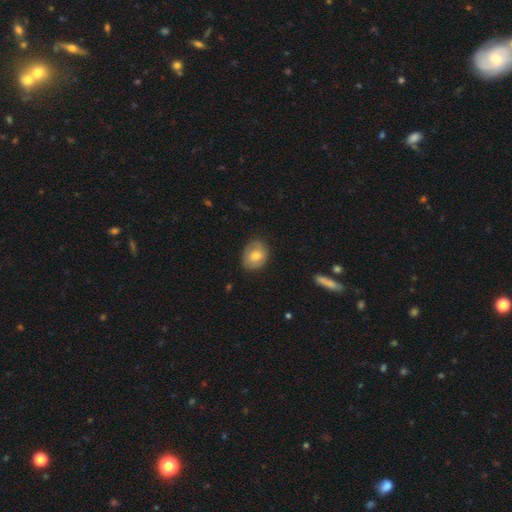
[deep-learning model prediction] The model was most divided on "how rounded": round: 50%, in between: 49%, cigar-shaped: 1%. More confident: merging — none (77%); smooth or featured — smooth (71%).